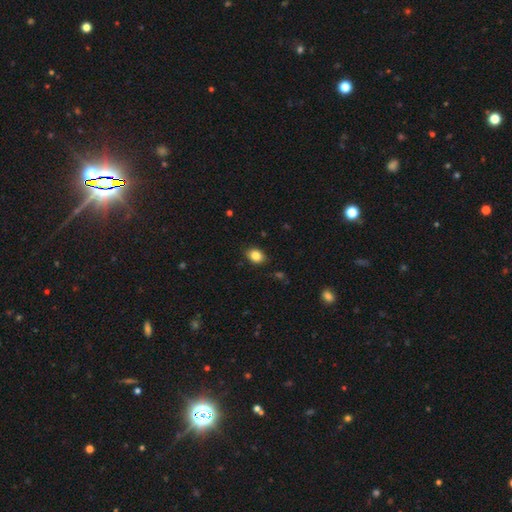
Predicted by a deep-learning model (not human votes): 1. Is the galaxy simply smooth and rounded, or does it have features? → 85% smooth, 9% star or artifact, 5% featured or disk.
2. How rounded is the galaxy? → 63% in between, 36% round, 1% cigar-shaped.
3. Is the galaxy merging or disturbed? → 87% none, 10% minor disturbance, 2% major disturbance, 1% merger.